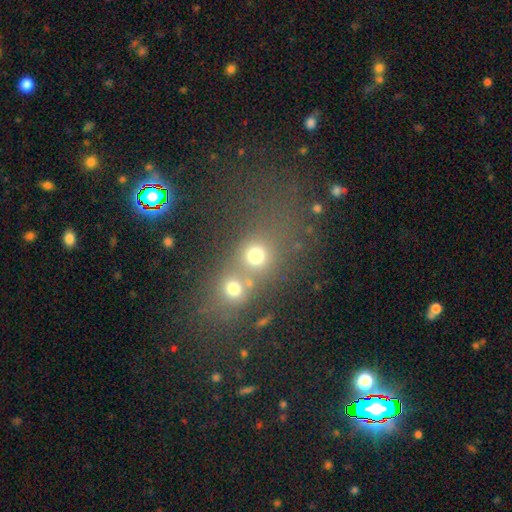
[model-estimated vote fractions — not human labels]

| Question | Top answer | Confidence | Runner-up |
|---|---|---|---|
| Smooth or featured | smooth | 74% | star or artifact (17%) |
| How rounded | round | 80% | in between (18%) |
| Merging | merger | 52% | none (36%) |